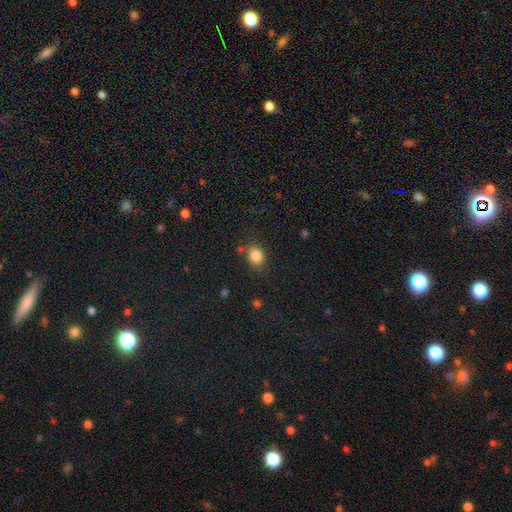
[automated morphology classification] smooth-or-featured: smooth: 85% | star or artifact: 10% | featured or disk: 5%
  how-rounded: round: 52% | in between: 48% | cigar-shaped: 1%
  merging: none: 77% | minor disturbance: 14% | merger: 5% | major disturbance: 4%